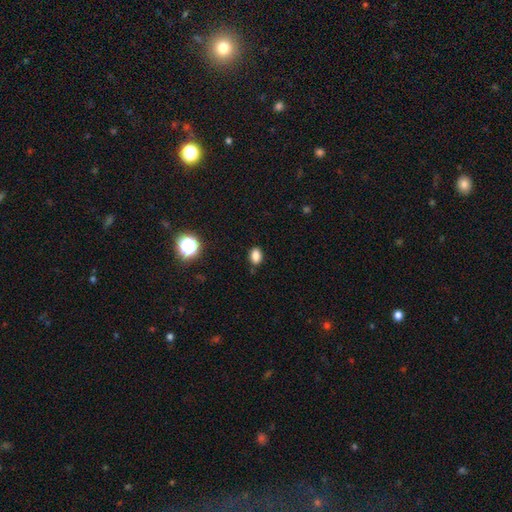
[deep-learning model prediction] The model was most divided on "how rounded": in between: 80%, round: 19%, cigar-shaped: 1%. More confident: smooth or featured — smooth (83%); merging — none (82%).